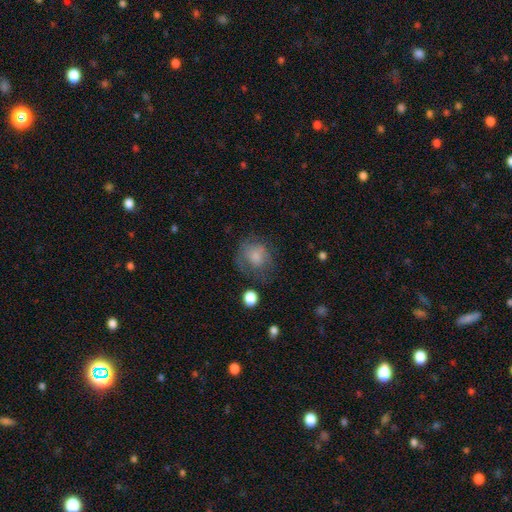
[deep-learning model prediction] smooth_or_featured: smooth (p=0.69) [alt: featured or disk p=0.21]
how_rounded: round (p=0.72) [alt: in between p=0.27]
merging: none (p=0.51) [alt: minor disturbance p=0.25]